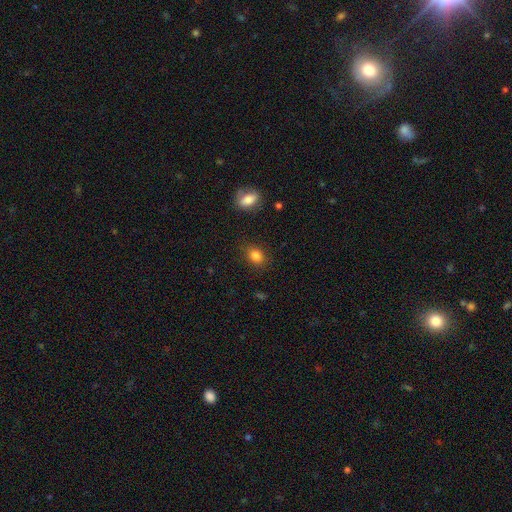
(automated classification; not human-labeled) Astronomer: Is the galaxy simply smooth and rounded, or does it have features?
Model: smooth — 84%.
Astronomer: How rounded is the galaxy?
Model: in between — 57% (runner-up: round, 41%).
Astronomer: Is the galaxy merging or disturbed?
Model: none — 84%.